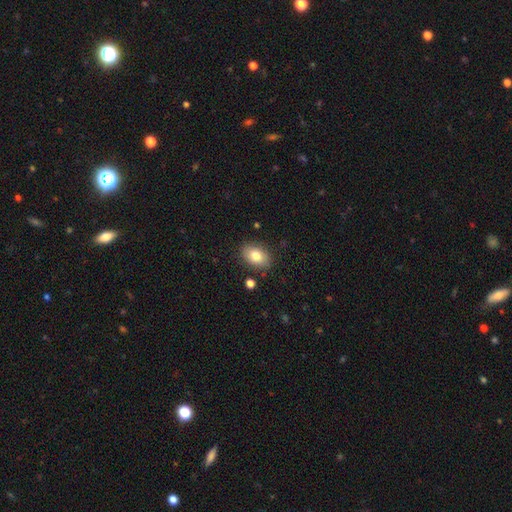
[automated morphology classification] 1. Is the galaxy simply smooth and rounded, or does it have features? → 78% smooth, 14% featured or disk, 8% star or artifact.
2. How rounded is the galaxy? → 83% in between, 16% round, 1% cigar-shaped.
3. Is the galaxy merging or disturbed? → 85% none, 10% minor disturbance, 2% major disturbance, 2% merger.